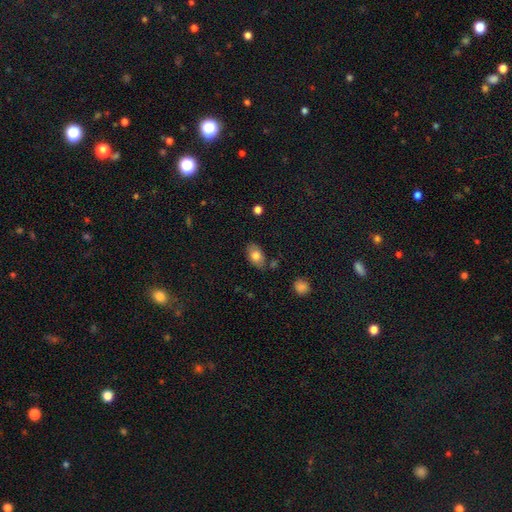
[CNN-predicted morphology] smooth 78%, featured or disk 15%, star or artifact 7%. Down the decision tree: how rounded — in between (90%); merging — none (79%).